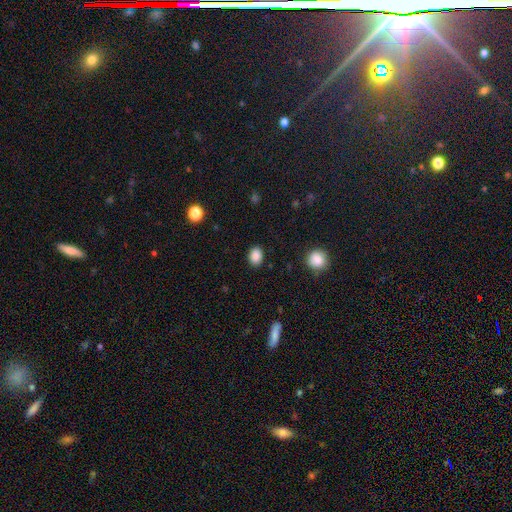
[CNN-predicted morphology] Smooth or featured? Predicted: smooth (p=0.88). How rounded? Predicted: in between (p=0.60). Merging? Predicted: none (p=0.88).